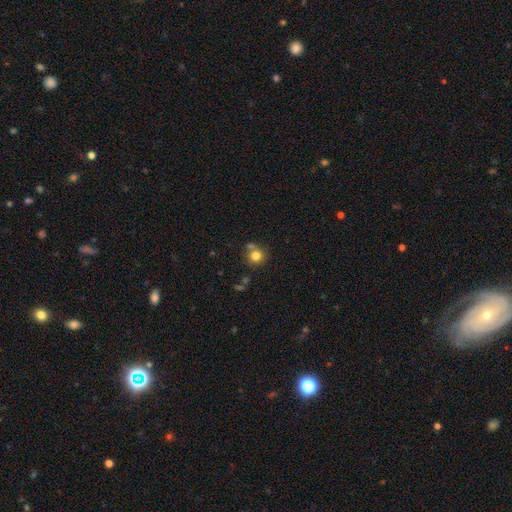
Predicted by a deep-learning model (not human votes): Overall: smooth (80%). How rounded: round (89%). Merging: none (63%).